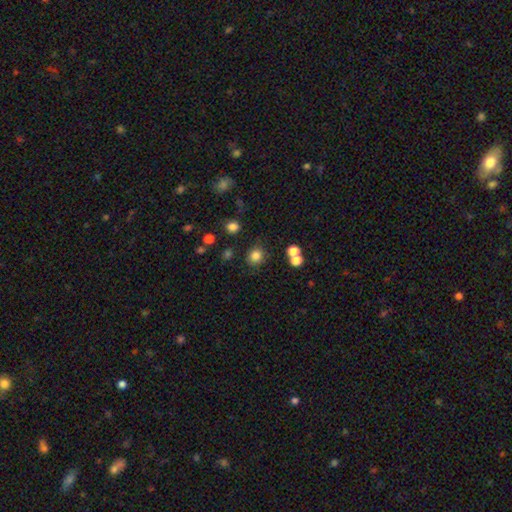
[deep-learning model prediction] Smooth or featured?
  - smooth: 81% *
  - star or artifact: 13%
  - featured or disk: 5%
How rounded?
  - round: 87% *
  - in between: 13%
  - cigar-shaped: 1%
Merging?
  - none: 83% *
  - minor disturbance: 9%
  - merger: 5%
  - major disturbance: 3%